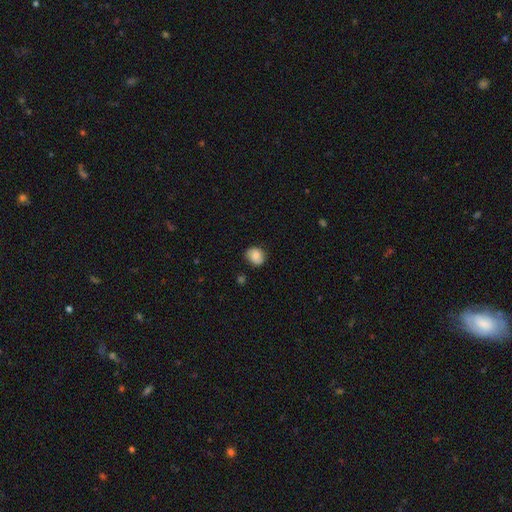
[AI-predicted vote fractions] A smooth galaxy with no disk features (72%) that is round (67%).

Vote fractions:
- Smooth or featured? smooth: 72% / featured or disk: 19% / star or artifact: 9%
- How rounded? round: 67% / in between: 32% / cigar-shaped: 1%
- Merging? none: 77% / minor disturbance: 18% / major disturbance: 4% / merger: 2%